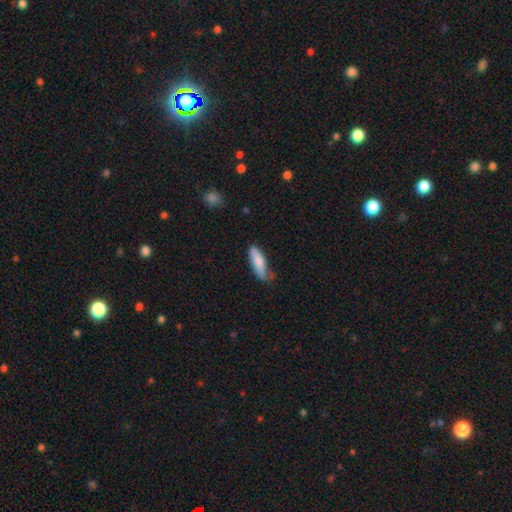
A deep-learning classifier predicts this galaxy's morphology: The model was most divided on "how rounded": cigar-shaped: 55%, in between: 43%, round: 2%. More confident: smooth or featured — smooth (78%); merging — none (61%).